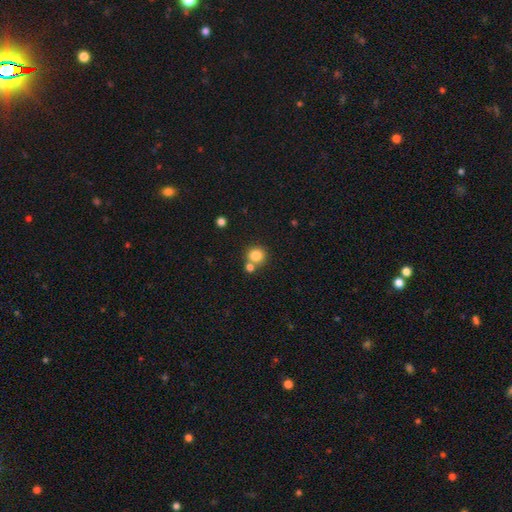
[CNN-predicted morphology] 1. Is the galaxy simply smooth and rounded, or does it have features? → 82% smooth, 11% star or artifact, 7% featured or disk.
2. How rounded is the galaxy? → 90% round, 10% in between, 1% cigar-shaped.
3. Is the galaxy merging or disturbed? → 64% none, 26% merger, 8% minor disturbance, 3% major disturbance.